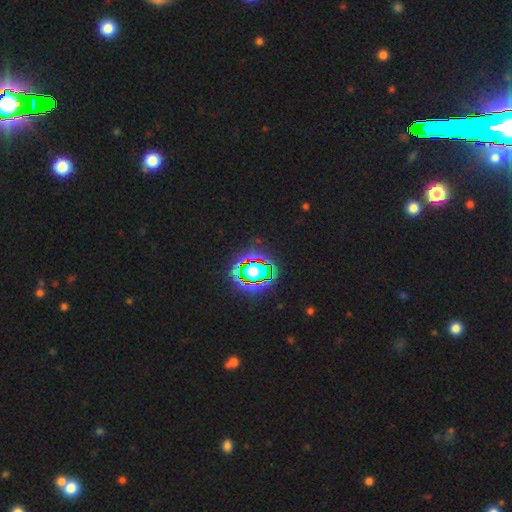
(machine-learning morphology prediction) smooth-or-featured: star or artifact: 81% | smooth: 11% | featured or disk: 7%